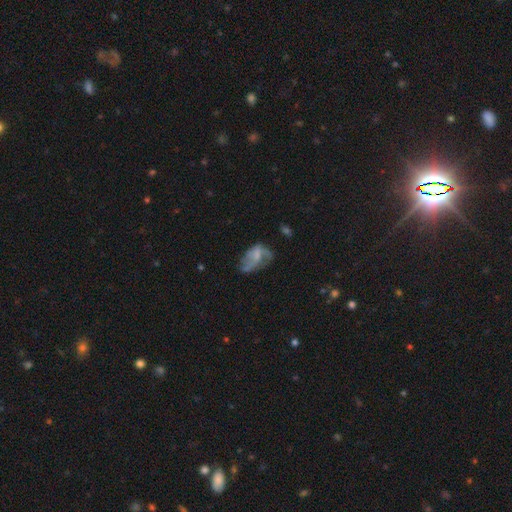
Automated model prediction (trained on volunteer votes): Overall: featured or disk (54%; smooth 36%). Edge-on disk: no (96%). Bar: no (61%; weak 32%). Spiral arms: yes (58%; no 42%). Bulge size: none (46%; small 32%). Merging: major disturbance (35%, tied with none).